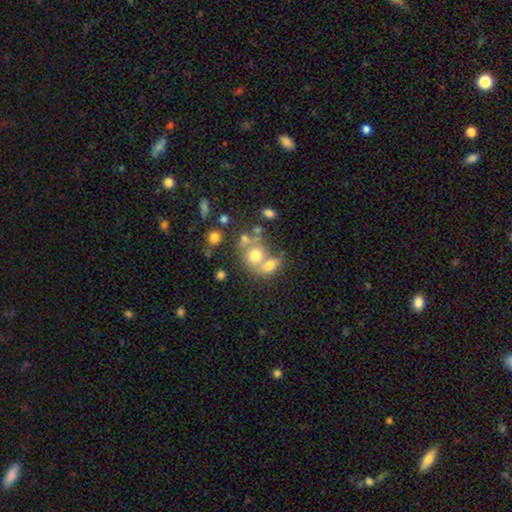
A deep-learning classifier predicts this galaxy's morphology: The model was most divided on "how rounded": round: 60%, in between: 38%, cigar-shaped: 1%. More confident: smooth or featured — smooth (65%); merging — merger (53%).